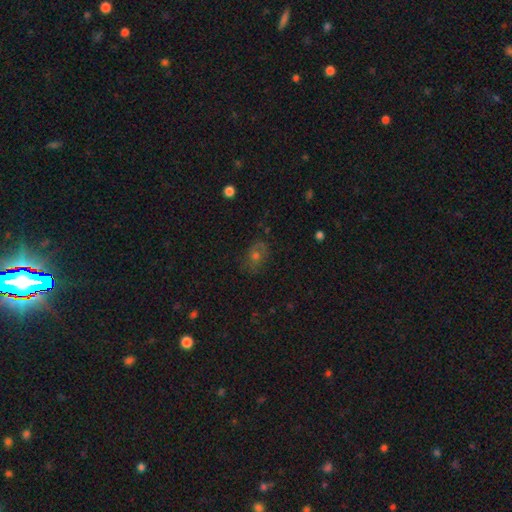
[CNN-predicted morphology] Overall: smooth (42%; featured or disk 33%). Merging: none (75%).